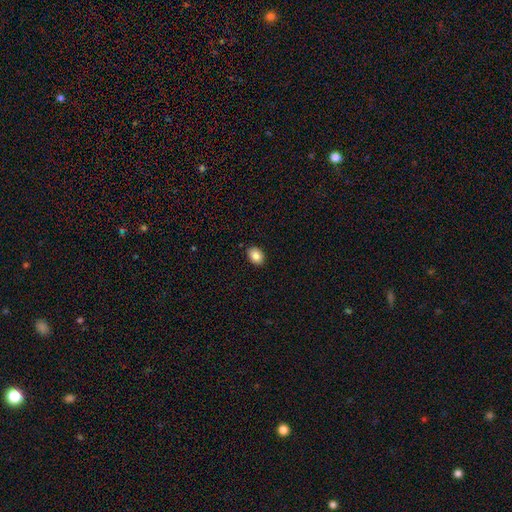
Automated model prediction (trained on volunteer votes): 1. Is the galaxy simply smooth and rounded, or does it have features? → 85% smooth, 8% star or artifact, 7% featured or disk.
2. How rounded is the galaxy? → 74% in between, 25% round, 1% cigar-shaped.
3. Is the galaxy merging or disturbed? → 88% none, 9% minor disturbance, 2% major disturbance, 1% merger.